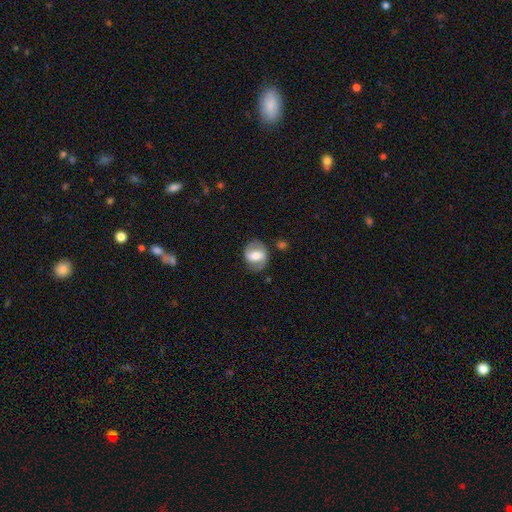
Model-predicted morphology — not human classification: smooth-or-featured: featured or disk: 60% | smooth: 33% | star or artifact: 7%
  disk-edge-on: no: 97% | yes: 3%
    bar: weak: 41% | strong: 36% | no: 23%
    has-spiral-arms: yes: 80% | no: 20%
    bulge-size: moderate: 55% | large: 22% | small: 18% | dominant: 3% | none: 3%
  merging: none: 75% | minor disturbance: 16% | major disturbance: 7% | merger: 3%